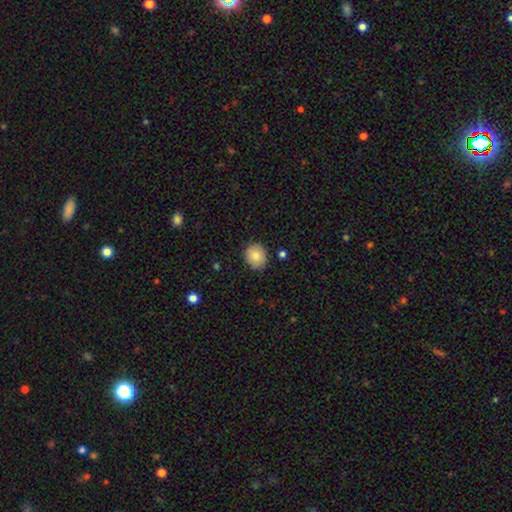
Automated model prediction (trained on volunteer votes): A smooth galaxy with no disk features (84%) that is round (75%). Merging: none (86%).